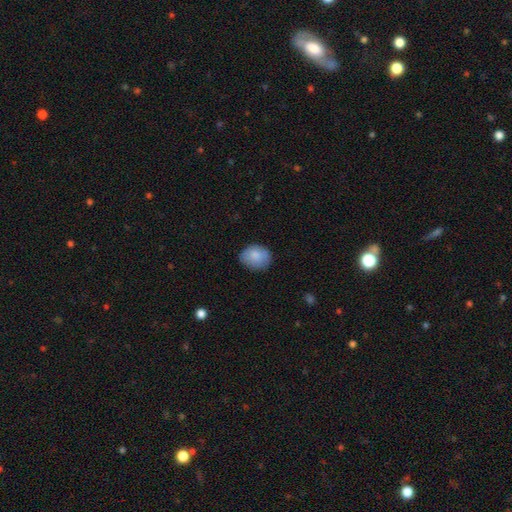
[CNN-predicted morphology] Smooth or featured?
  - smooth: 85% *
  - featured or disk: 8%
  - star or artifact: 7%
How rounded?
  - in between: 54% *
  - round: 45%
  - cigar-shaped: 1%
Merging?
  - none: 79% *
  - minor disturbance: 17%
  - major disturbance: 3%
  - merger: 1%